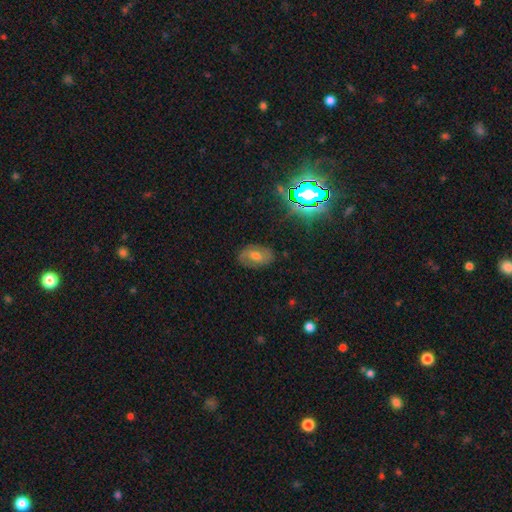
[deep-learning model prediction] The model was most divided on "smooth or featured": featured or disk: 44%, smooth: 34%, star or artifact: 22%. More confident: merging — none (79%).